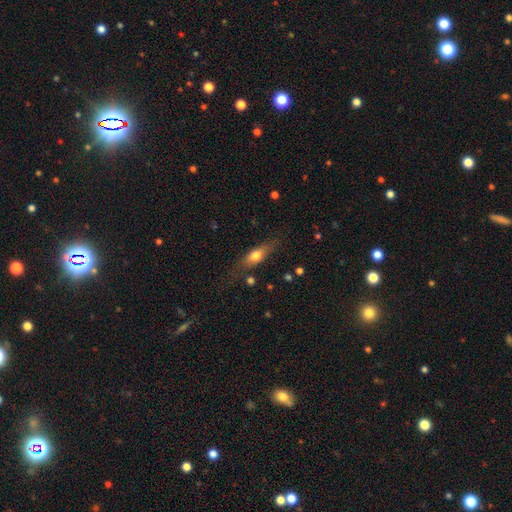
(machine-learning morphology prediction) The model was most divided on "how rounded": in between: 56%, cigar-shaped: 38%, round: 6%. More confident: merging — none (68%); smooth or featured — smooth (64%).